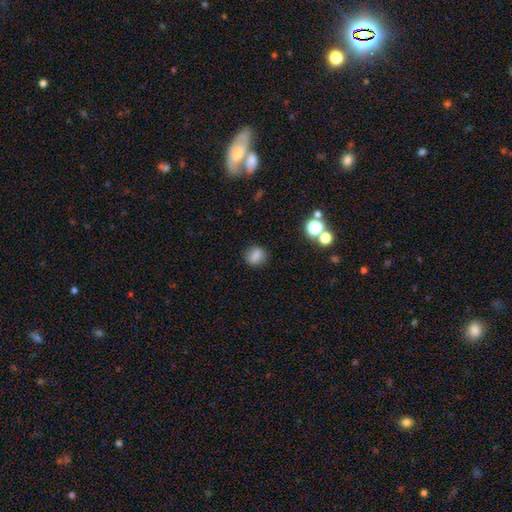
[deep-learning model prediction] Q: Smooth or featured?
A: smooth (80%); runner-up: star or artifact (12%)
Q: How rounded?
A: round (69%); runner-up: in between (29%)
Q: Merging?
A: none (84%); runner-up: minor disturbance (11%)